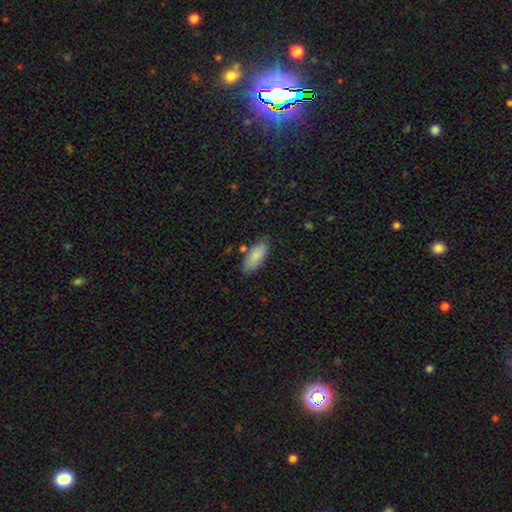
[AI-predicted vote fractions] This appears to be a smooth galaxy with no disk features (86%) that is in between round and cigar-shaped (79%). Merging: none (78%).